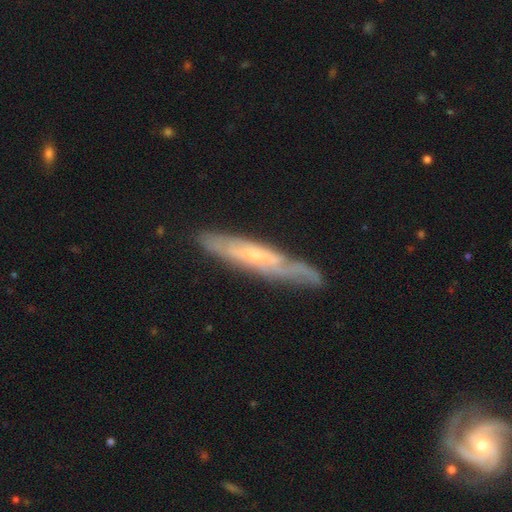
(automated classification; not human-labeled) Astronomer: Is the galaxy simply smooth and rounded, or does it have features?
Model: featured or disk — 70%.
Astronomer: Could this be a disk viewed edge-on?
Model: yes — 57% (runner-up: no, 43%).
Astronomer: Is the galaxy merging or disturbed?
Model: none — 75%.